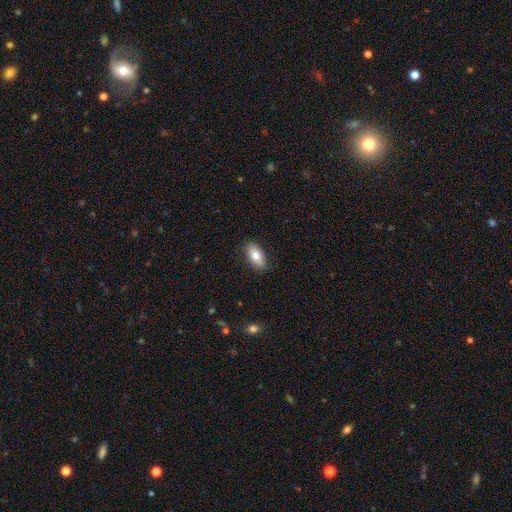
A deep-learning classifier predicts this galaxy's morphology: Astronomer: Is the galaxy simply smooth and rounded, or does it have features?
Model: smooth — 78%.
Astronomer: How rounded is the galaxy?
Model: in between — 89%.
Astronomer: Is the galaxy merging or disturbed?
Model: none — 88%.